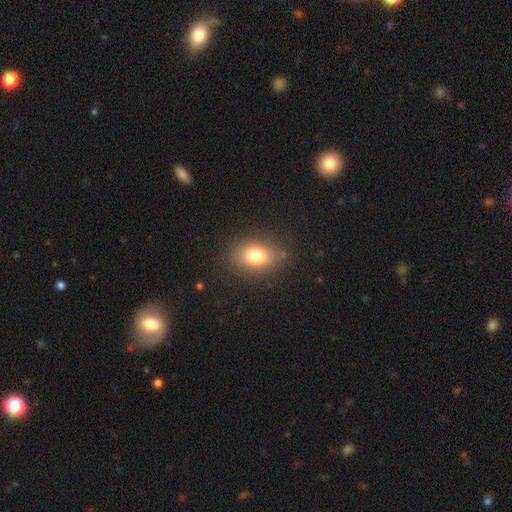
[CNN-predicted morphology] smooth_or_featured: smooth (p=0.79) [alt: star or artifact p=0.11]
how_rounded: in between (p=0.71) [alt: round p=0.28]
merging: none (p=0.84) [alt: minor disturbance p=0.10]